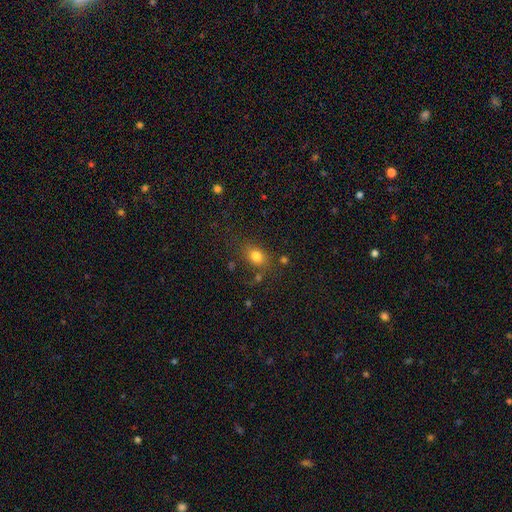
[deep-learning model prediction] A smooth galaxy with no disk features (79%) that is in between round and cigar-shaped (54%). Merging: none (72%).